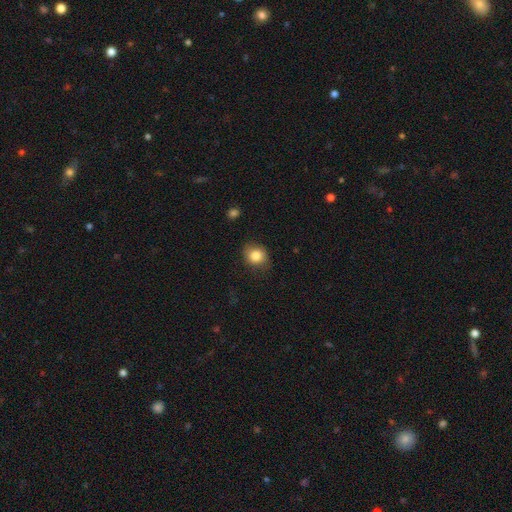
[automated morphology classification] Smooth or featured? Predicted: smooth (p=0.83). How rounded? Predicted: round (p=0.67). Merging? Predicted: none (p=0.76).